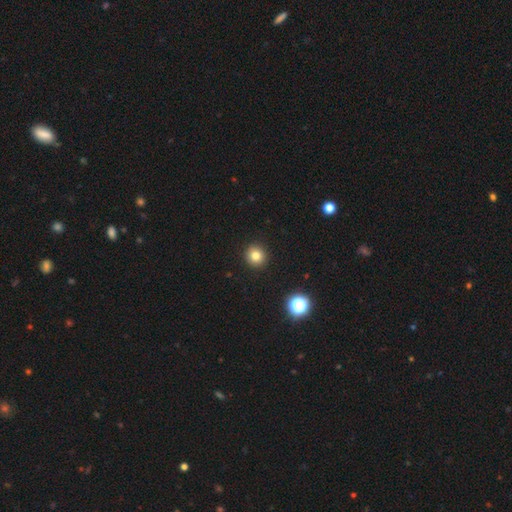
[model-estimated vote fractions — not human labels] smooth-or-featured: smooth: 80% | star or artifact: 13% | featured or disk: 7%
  how-rounded: round: 92% | in between: 7% | cigar-shaped: 1%
  merging: none: 93% | minor disturbance: 5% | major disturbance: 2% | merger: 1%